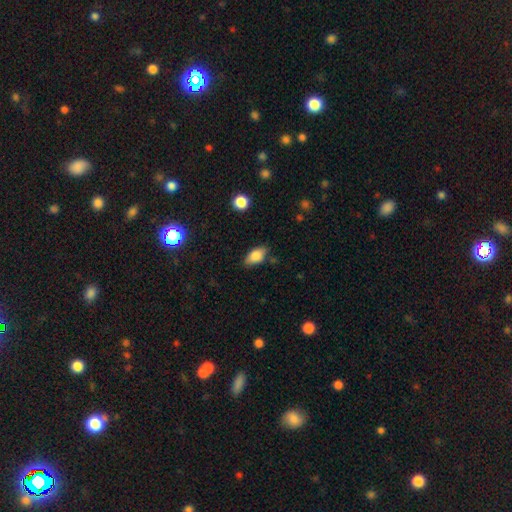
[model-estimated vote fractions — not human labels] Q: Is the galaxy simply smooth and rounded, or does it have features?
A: smooth — 81%.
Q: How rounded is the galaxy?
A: in between — 89%.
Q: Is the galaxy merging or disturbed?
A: none — 78%.